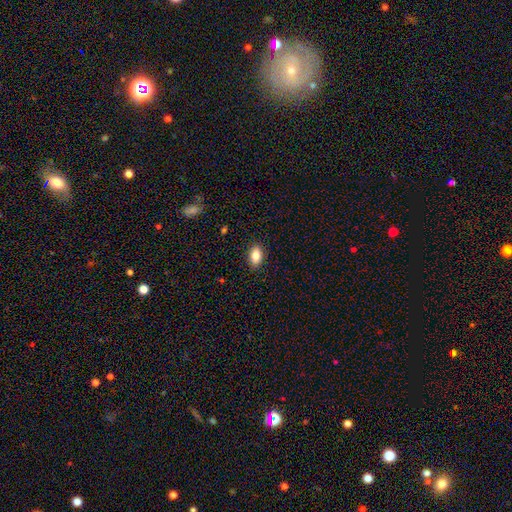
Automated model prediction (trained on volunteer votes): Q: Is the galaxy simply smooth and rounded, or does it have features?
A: smooth — 83%.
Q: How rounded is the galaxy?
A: in between — 87%.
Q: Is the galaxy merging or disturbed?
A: none — 89%.